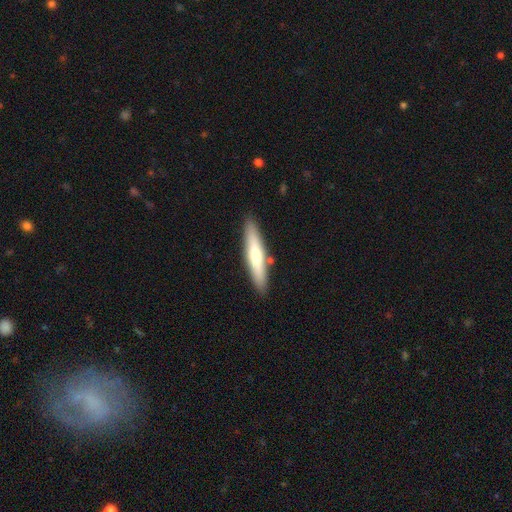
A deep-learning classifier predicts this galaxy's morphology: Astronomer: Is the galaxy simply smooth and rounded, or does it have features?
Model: smooth — 57% (runner-up: featured or disk, 38%).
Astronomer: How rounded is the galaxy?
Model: cigar-shaped — 86%.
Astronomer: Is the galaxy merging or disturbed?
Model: none — 88%.